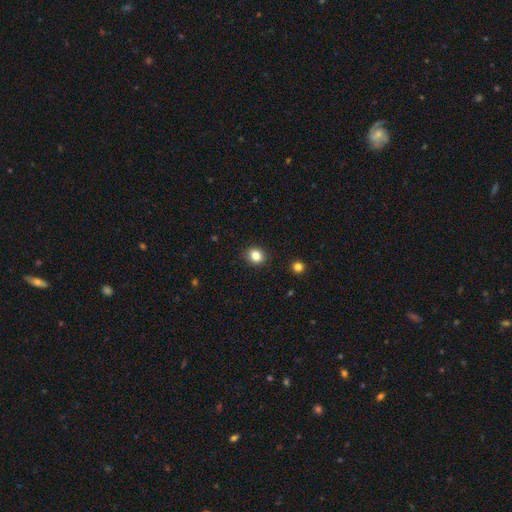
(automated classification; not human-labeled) smooth_or_featured: smooth (p=0.83) [alt: star or artifact p=0.12]
how_rounded: round (p=0.81) [alt: in between p=0.19]
merging: none (p=0.92) [alt: minor disturbance p=0.06]